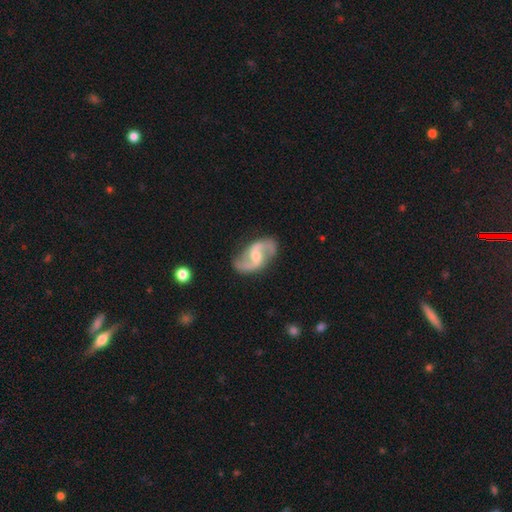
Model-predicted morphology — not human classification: A featured or disk galaxy (90%) with a weak bar (51%), 2 (94%) medium (46%) spiral arms (97%) and a moderate central bulge (51%).

Vote fractions:
- Smooth or featured? featured or disk: 90% / smooth: 6% / star or artifact: 4%
- Edge-on disk? no: 97% / yes: 3%
- Bar? weak: 51% / no: 29% / strong: 20%
- Spiral arms? yes: 97% / no: 3%
- Spiral winding? medium: 46% / loose: 43% / tight: 11%
- Spiral arm count? 2: 94% / can't tell: 2% / 1: 1% / 3: 1% / 4: 1% / more than 4: 1%
- Bulge size? moderate: 51% / small: 44% / none: 3% / large: 2% / dominant: 1%
- Merging? none: 81% / minor disturbance: 13% / major disturbance: 4% / merger: 2%